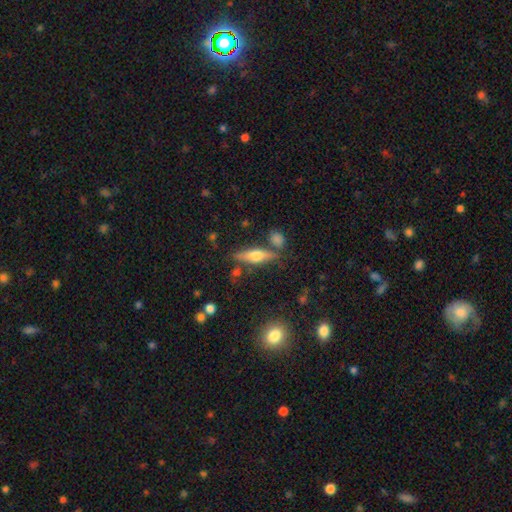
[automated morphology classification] Smooth or featured? Predicted: featured or disk (p=0.51). Edge-on disk? Predicted: yes (p=0.91). Merging? Predicted: none (p=0.74).